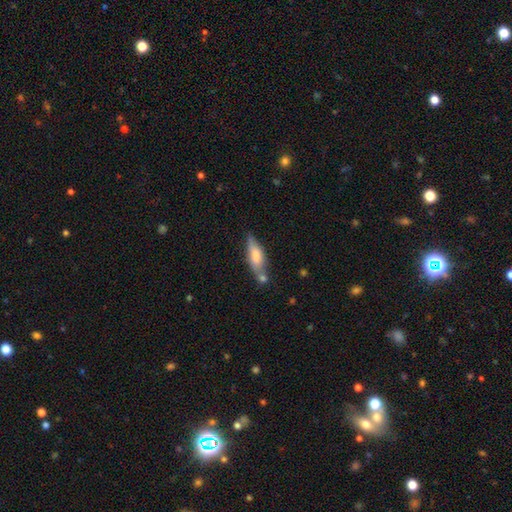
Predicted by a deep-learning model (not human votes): A smooth galaxy with no disk features (65%) that is in between round and cigar-shaped (53%).

Vote fractions:
- Smooth or featured? smooth: 65% / featured or disk: 29% / star or artifact: 7%
- How rounded? in between: 53% / cigar-shaped: 44% / round: 3%
- Merging? none: 55% / minor disturbance: 21% / merger: 18% / major disturbance: 6%